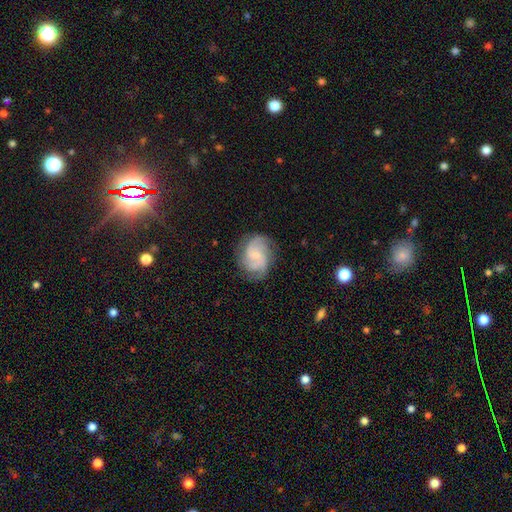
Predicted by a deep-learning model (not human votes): Smooth or featured? featured or disk (80%)
Edge-on disk? no (98%)
Bar? no (59%)
Spiral arms? yes (97%)
Spiral winding? medium (48%)
Spiral arm count? 3 (40%)
Bulge size? small (68%)
Merging? none (76%)